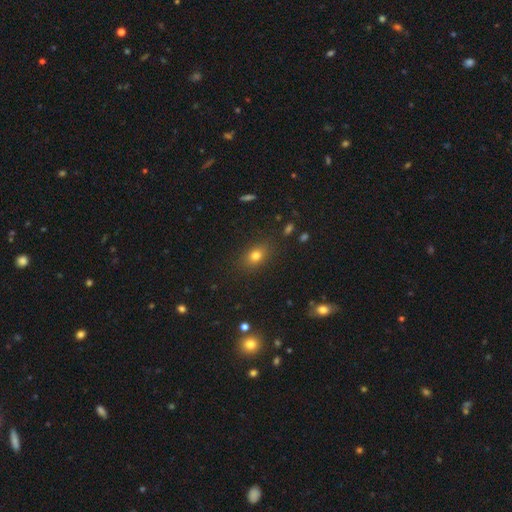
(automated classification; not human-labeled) smooth-or-featured: smooth: 76% | star or artifact: 15% | featured or disk: 9%
  how-rounded: in between: 64% | round: 34% | cigar-shaped: 2%
  merging: none: 85% | minor disturbance: 11% | major disturbance: 3% | merger: 2%